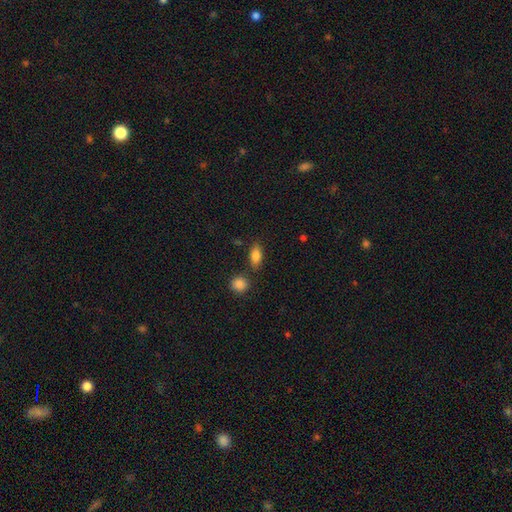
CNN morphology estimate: Smooth or featured? Predicted: smooth (p=0.82). How rounded? Predicted: in between (p=0.84). Merging? Predicted: none (p=0.77).